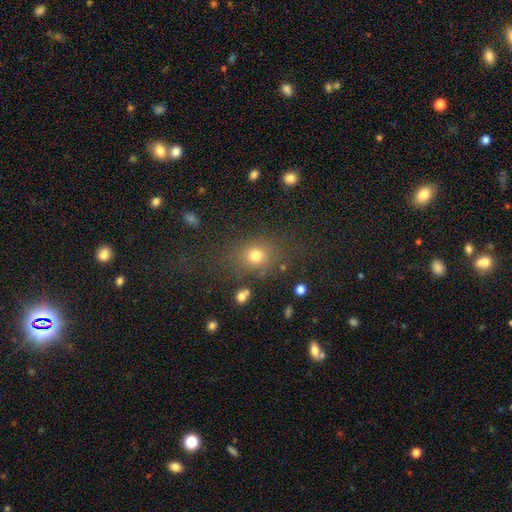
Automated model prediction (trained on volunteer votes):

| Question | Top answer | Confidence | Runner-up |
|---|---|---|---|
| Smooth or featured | smooth | 74% | star or artifact (17%) |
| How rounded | round | 64% | in between (35%) |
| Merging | none | 76% | minor disturbance (12%) |